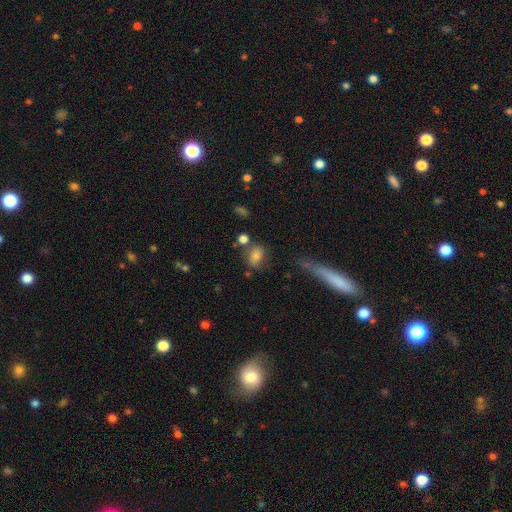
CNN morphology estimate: Overall: smooth (76%). How rounded: in between (67%; round 30%). Merging: none (62%).